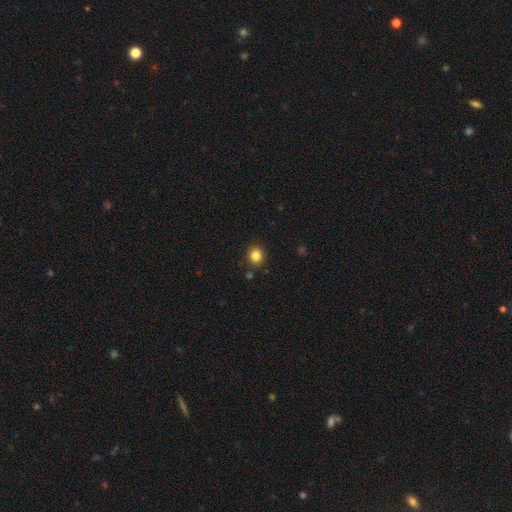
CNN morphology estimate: Smooth or featured: smooth — 84% (star or artifact — 11%)
How rounded: round — 84% (in between — 15%)
Merging: none — 88% (minor disturbance — 7%)